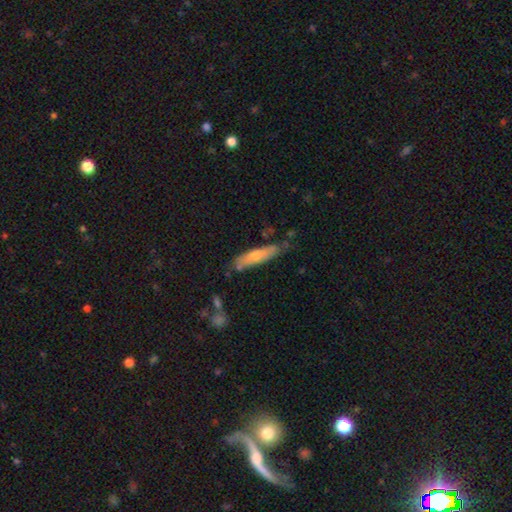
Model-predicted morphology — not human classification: Smooth or featured? smooth (60%)
How rounded? cigar-shaped (81%)
Merging? none (69%)